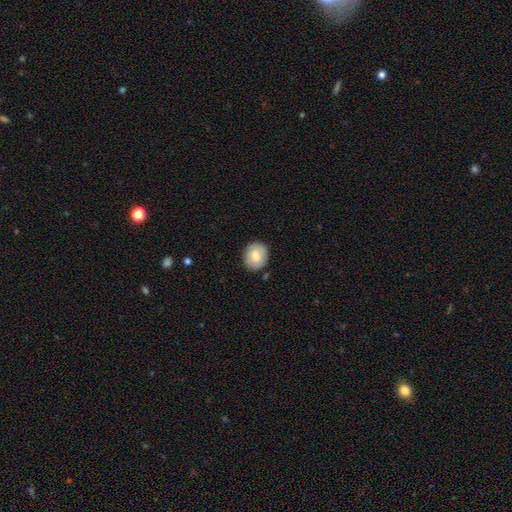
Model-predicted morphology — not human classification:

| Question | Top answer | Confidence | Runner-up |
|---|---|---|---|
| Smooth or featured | smooth | 74% | featured or disk (19%) |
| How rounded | round | 80% | in between (19%) |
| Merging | none | 87% | minor disturbance (10%) |